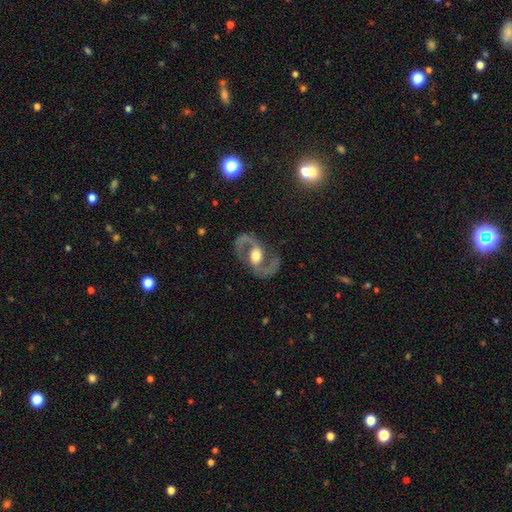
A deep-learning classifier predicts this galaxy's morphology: This appears to be a featured or disk galaxy (89%) with a weak bar (40%), 2 (94%) medium (58%) spiral arms (94%) and a moderate central bulge (67%). Merging: none (81%).